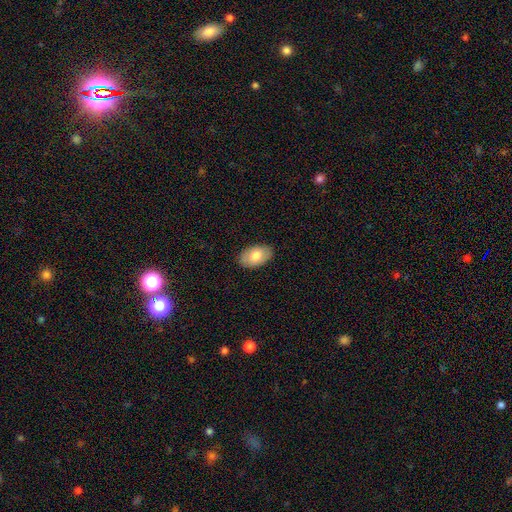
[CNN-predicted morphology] Smooth or featured?
  - smooth: 77% *
  - featured or disk: 17%
  - star or artifact: 6%
How rounded?
  - in between: 93% *
  - round: 6%
  - cigar-shaped: 1%
Merging?
  - none: 87% *
  - minor disturbance: 10%
  - major disturbance: 2%
  - merger: 1%